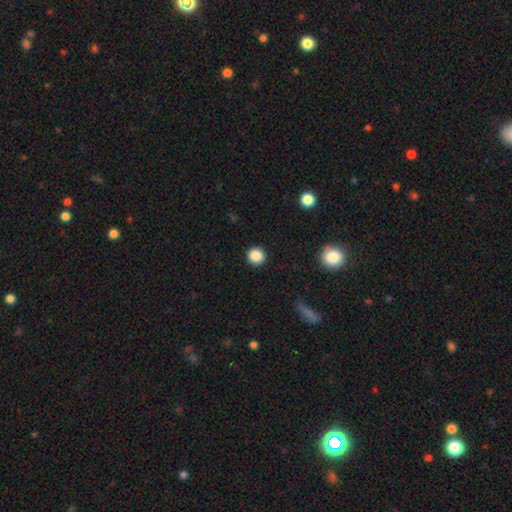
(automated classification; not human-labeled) Smooth or featured? smooth (87%)
How rounded? round (95%)
Merging? none (92%)